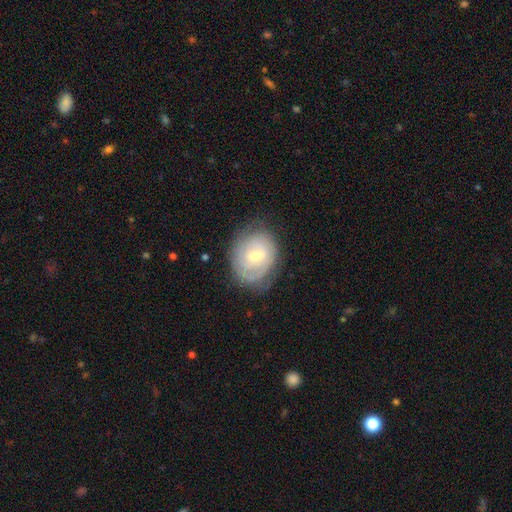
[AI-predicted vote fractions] The model was most divided on "spiral arm count": can't tell: 43%, 2: 34%, 3: 10%, 1: 8%, 4: 3%, more than 4: 3%. More confident: edge-on disk — no (97%); spiral arms — yes (85%); spiral winding — tight (71%); smooth or featured — featured or disk (71%); merging — none (69%); bulge size — moderate (56%); bar — weak (56%).